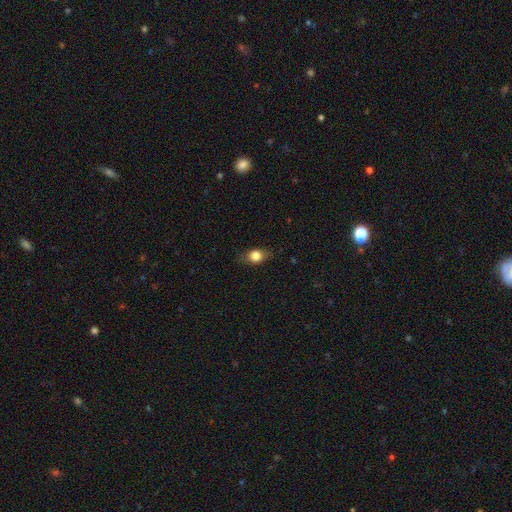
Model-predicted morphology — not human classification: This appears to be a smooth galaxy with no disk features (76%) that is in between round and cigar-shaped (57%). Merging: none (77%).